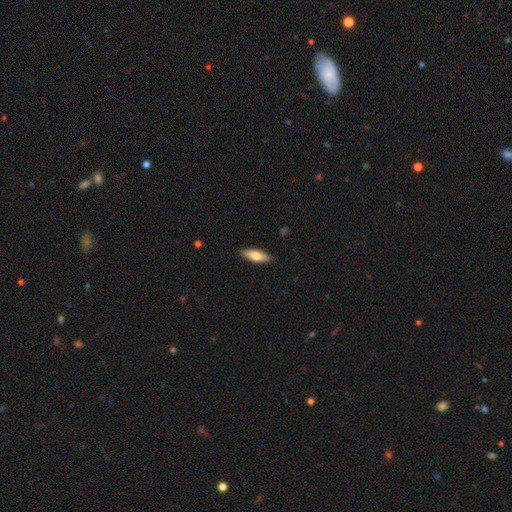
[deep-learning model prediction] Smooth or featured? smooth (76%)
How rounded? in between (57%)
Merging? none (89%)